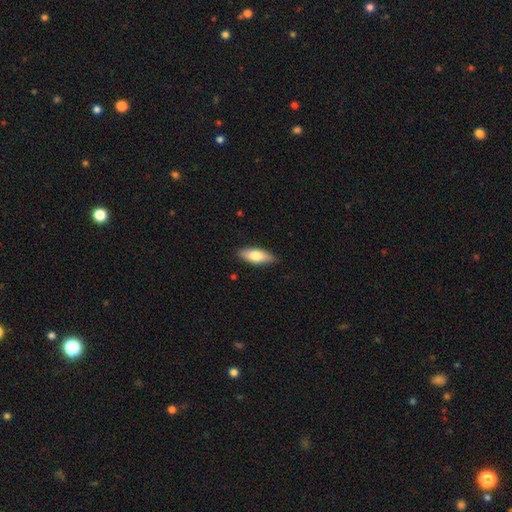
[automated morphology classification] smooth 77%, featured or disk 18%, star or artifact 5%. Down the decision tree: how rounded — in between (70%); merging — none (87%).